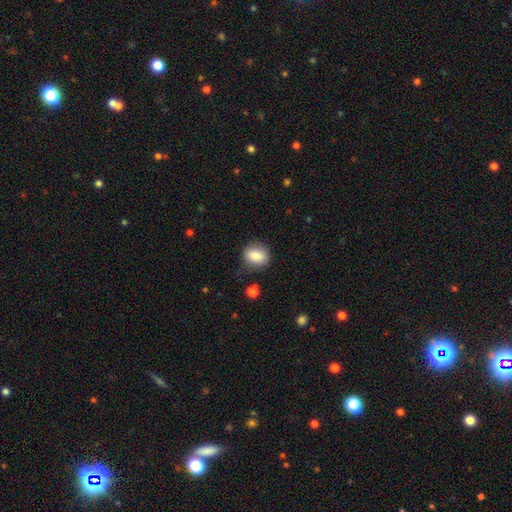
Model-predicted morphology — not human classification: type=smooth (84%); roundness=round (60%); merging=none (80%).